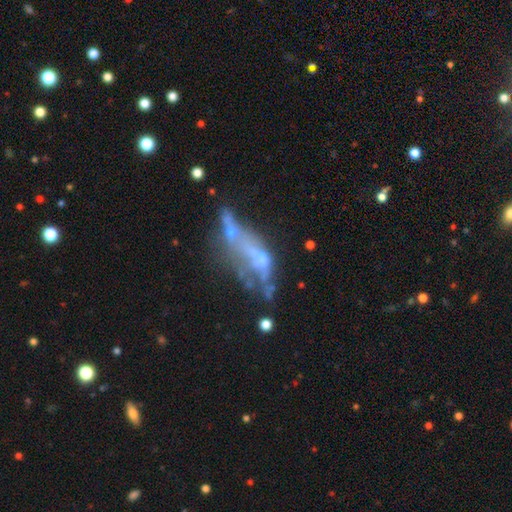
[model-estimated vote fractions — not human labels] Smooth or featured: featured or disk — 57% (smooth — 25%)
Edge-on disk: no — 86% (yes — 14%)
Merging: major disturbance — 34% (merger — 33%)